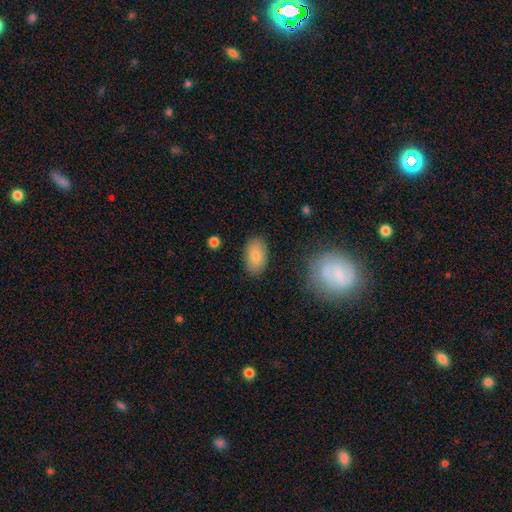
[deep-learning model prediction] A smooth galaxy with no disk features (82%) that is in between round and cigar-shaped (92%).

Vote fractions:
- Smooth or featured? smooth: 82% / featured or disk: 11% / star or artifact: 7%
- How rounded? in between: 92% / round: 6% / cigar-shaped: 1%
- Merging? none: 85% / minor disturbance: 10% / major disturbance: 3% / merger: 2%